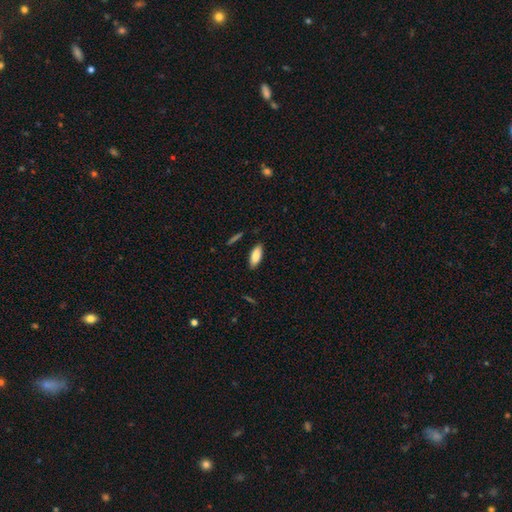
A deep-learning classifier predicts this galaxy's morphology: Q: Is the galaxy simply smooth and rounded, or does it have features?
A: smooth — 84%.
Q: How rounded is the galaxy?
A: in between — 81%.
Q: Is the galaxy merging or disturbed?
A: none — 86%.